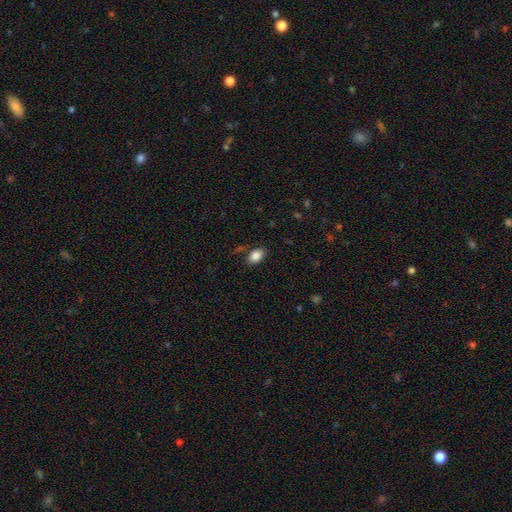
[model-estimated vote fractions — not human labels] The model was most divided on "merging": none: 80%, minor disturbance: 13%, major disturbance: 4%, merger: 3%. More confident: smooth or featured — smooth (86%); how rounded — in between (85%).